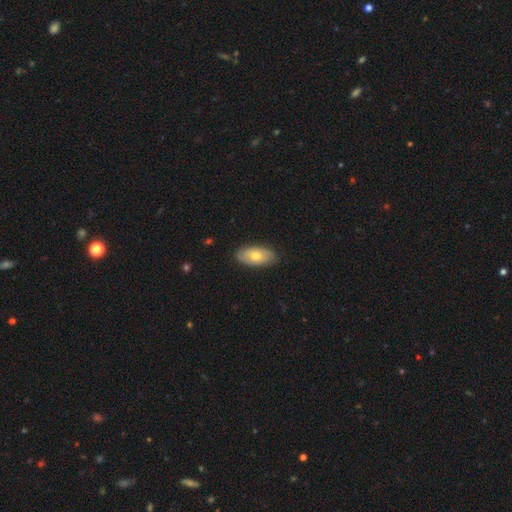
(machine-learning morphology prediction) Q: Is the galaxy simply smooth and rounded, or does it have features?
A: smooth — 66%.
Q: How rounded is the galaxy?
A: in between — 93%.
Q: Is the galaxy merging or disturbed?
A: none — 84%.